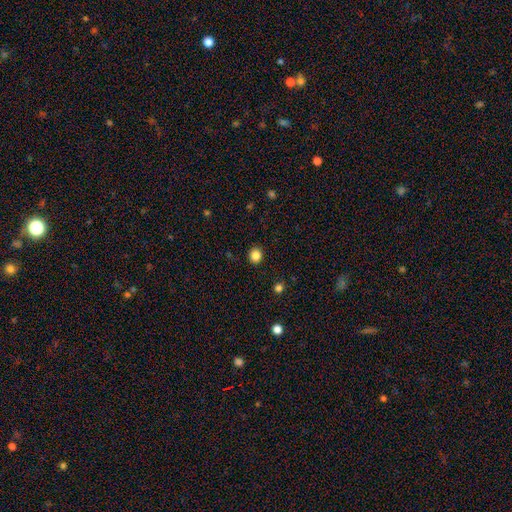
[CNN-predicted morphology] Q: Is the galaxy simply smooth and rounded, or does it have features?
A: smooth — 85%.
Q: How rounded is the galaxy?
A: round — 82%.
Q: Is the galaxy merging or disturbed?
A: none — 92%.